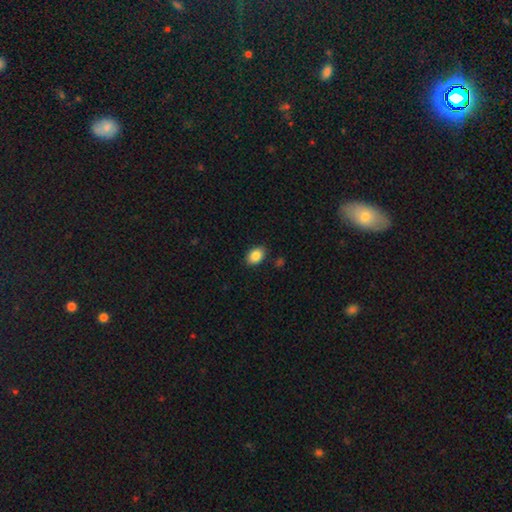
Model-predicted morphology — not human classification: This is clearly a smooth galaxy (87%). How rounded: clearly in between (81%). Merging: clearly none (87%).